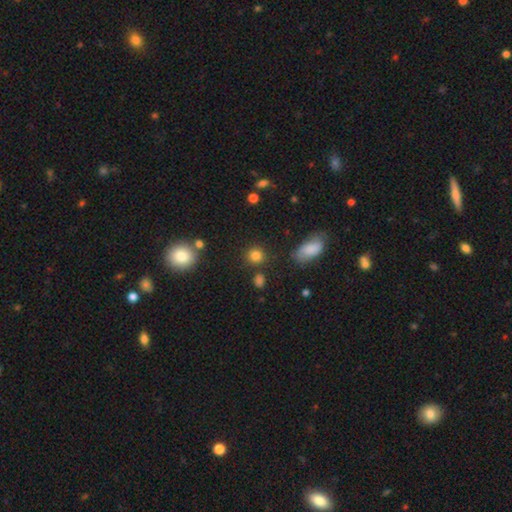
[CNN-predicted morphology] This appears to be a smooth galaxy with no disk features (82%) that is round (86%). Merging: none (82%).